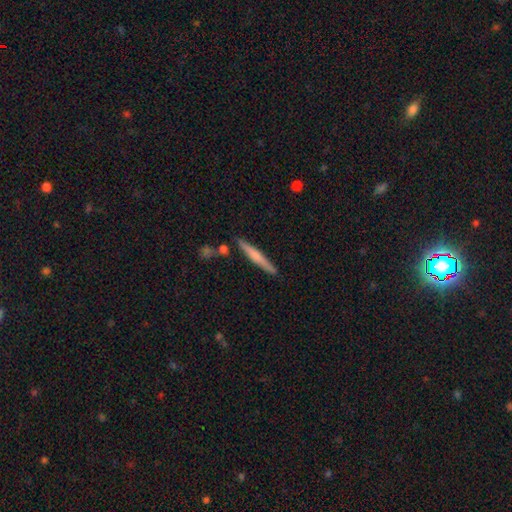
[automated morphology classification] Smooth or featured?
  - smooth: 54% *
  - featured or disk: 41%
  - star or artifact: 5%
How rounded?
  - cigar-shaped: 95% *
  - in between: 3%
  - round: 1%
Merging?
  - none: 88% *
  - minor disturbance: 8%
  - merger: 3%
  - major disturbance: 2%